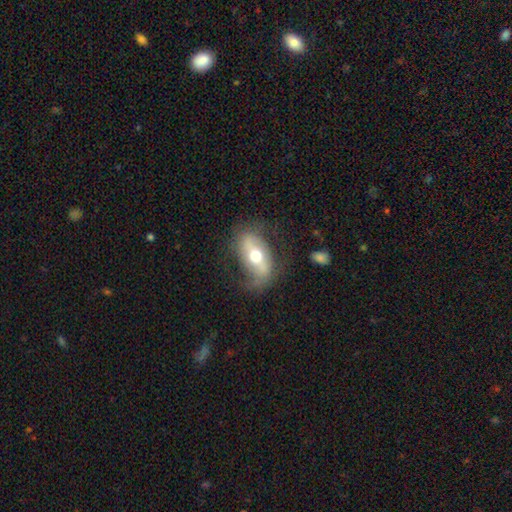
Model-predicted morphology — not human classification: Smooth or featured: featured or disk — 58% (smooth — 35%)
Edge-on disk: no — 86% (yes — 14%)
Bar: strong — 39% (no — 32%)
Spiral arms: yes — 58% (no — 42%)
Bulge size: moderate — 74% (large — 13%)
Merging: none — 61% (minor disturbance — 22%)